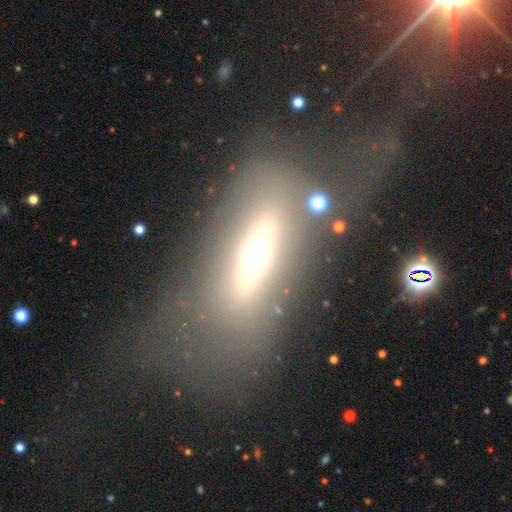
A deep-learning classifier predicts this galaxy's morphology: Smooth or featured: featured or disk — 46% (smooth — 41%)
Merging: none — 43% (major disturbance — 35%)